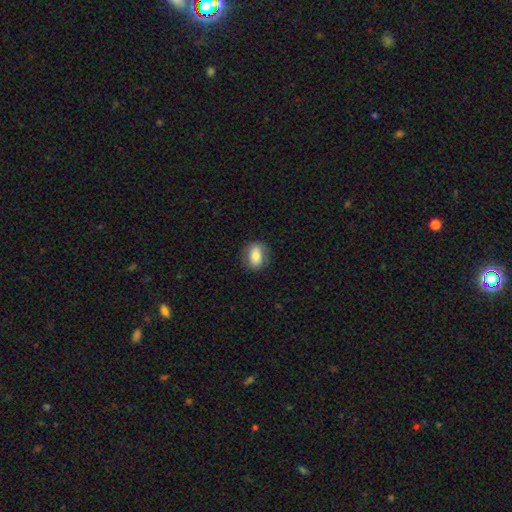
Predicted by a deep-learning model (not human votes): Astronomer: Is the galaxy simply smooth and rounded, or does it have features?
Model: smooth — 80%.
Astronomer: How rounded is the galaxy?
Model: in between — 67%.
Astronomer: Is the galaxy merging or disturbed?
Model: none — 82%.